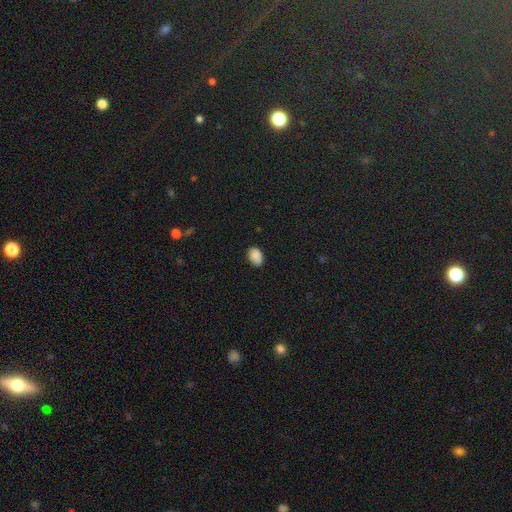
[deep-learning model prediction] A smooth galaxy with no disk features (88%) that is in between round and cigar-shaped (85%). Merging: none (82%).